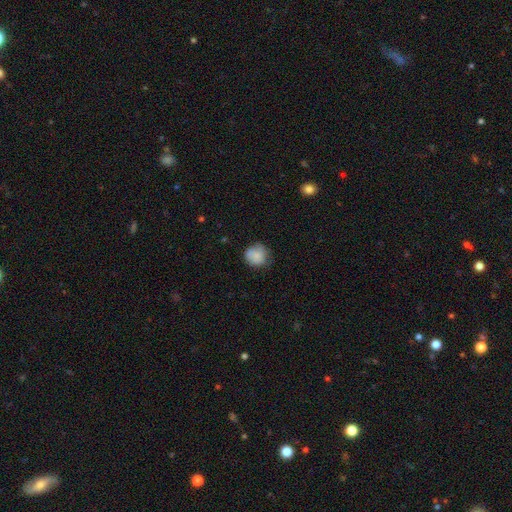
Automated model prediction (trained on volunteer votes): A smooth galaxy with no disk features (82%) that is round (84%).

Vote fractions:
- Smooth or featured? smooth: 82% / featured or disk: 10% / star or artifact: 8%
- How rounded? round: 84% / in between: 15% / cigar-shaped: 1%
- Merging? none: 62% / minor disturbance: 28% / major disturbance: 8% / merger: 2%